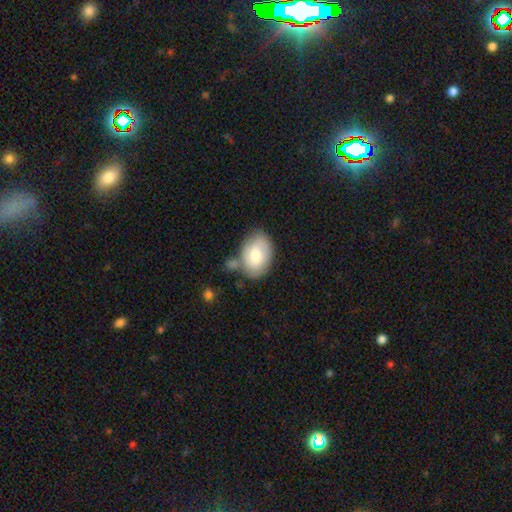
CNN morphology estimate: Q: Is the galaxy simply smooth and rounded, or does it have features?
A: smooth — 59%.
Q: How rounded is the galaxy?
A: in between — 80%.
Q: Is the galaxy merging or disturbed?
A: none — 60%.